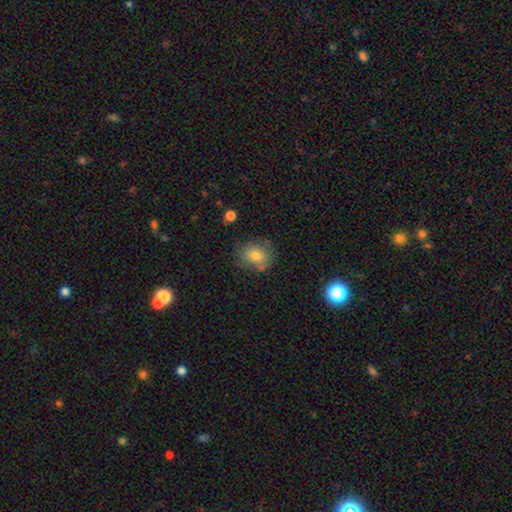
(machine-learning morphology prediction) smooth-or-featured: smooth: 73% | featured or disk: 17% | star or artifact: 11%
  how-rounded: round: 63% | in between: 36% | cigar-shaped: 1%
  merging: none: 67% | minor disturbance: 22% | major disturbance: 7% | merger: 3%